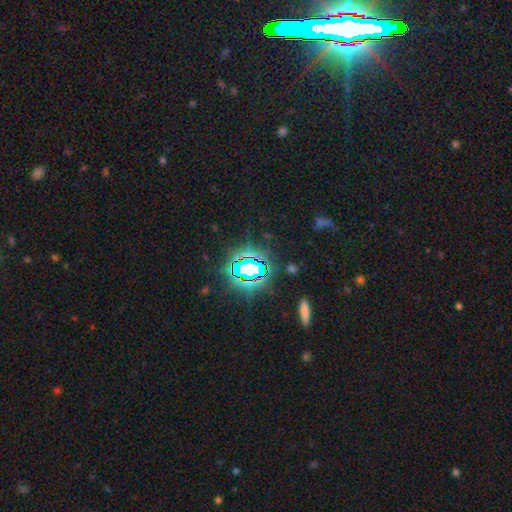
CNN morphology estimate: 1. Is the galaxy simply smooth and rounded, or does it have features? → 76% star or artifact, 14% smooth, 10% featured or disk.